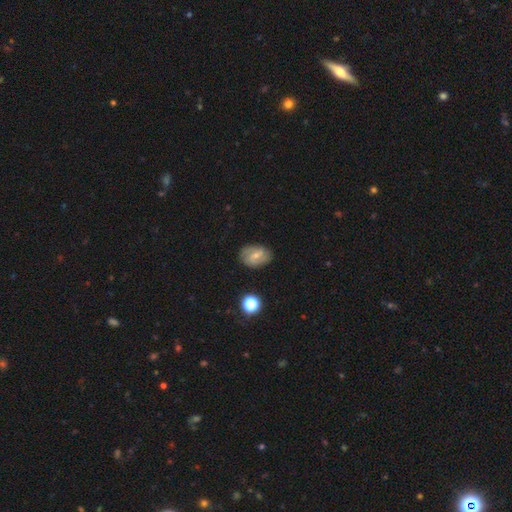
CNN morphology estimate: smooth-or-featured: featured or disk: 60% | smooth: 31% | star or artifact: 9%
  disk-edge-on: no: 96% | yes: 4%
    bar: weak: 48% | no: 38% | strong: 14%
    has-spiral-arms: yes: 83% | no: 17%
    bulge-size: small: 60% | moderate: 35% | none: 3% | large: 1% | dominant: 1%
  merging: none: 77% | minor disturbance: 16% | major disturbance: 4% | merger: 2%